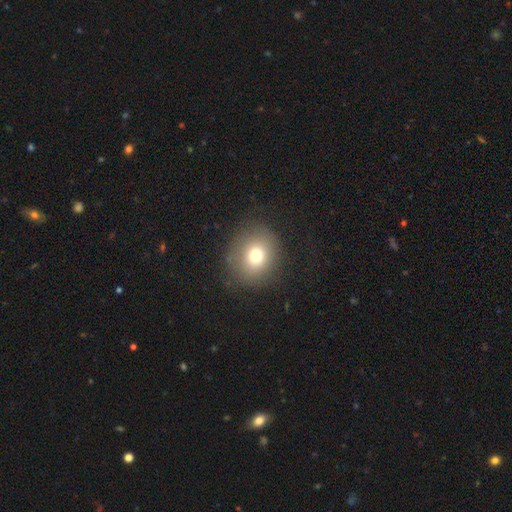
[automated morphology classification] smooth 75%, star or artifact 13%, featured or disk 12%. Down the decision tree: how rounded — round (82%); merging — none (83%).